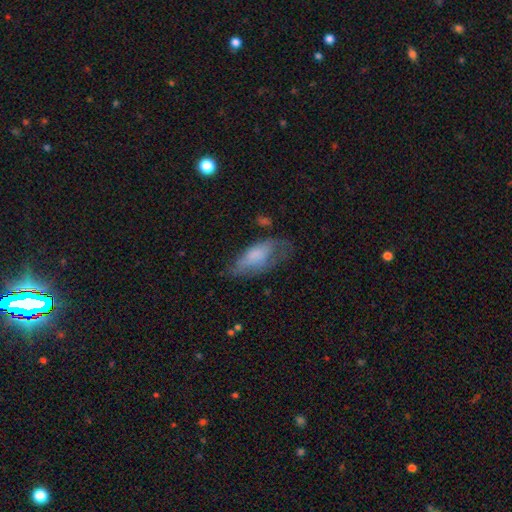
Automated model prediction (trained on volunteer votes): Q: Smooth or featured?
A: smooth (65%); runner-up: featured or disk (26%)
Q: How rounded?
A: in between (81%); runner-up: cigar-shaped (16%)
Q: Merging?
A: none (37%); runner-up: minor disturbance (32%)